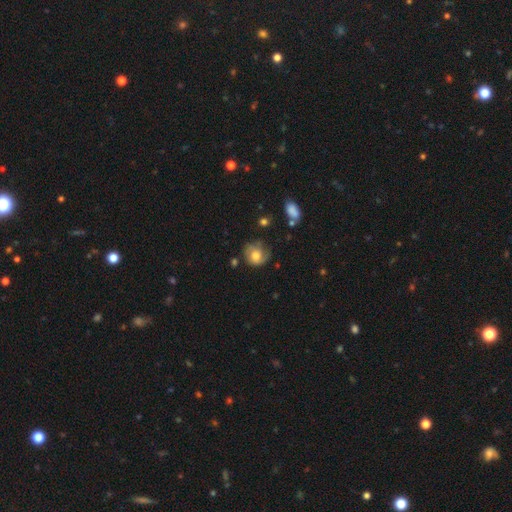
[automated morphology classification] A smooth galaxy with no disk features (56%) that is round (76%). Merging: none (58%).